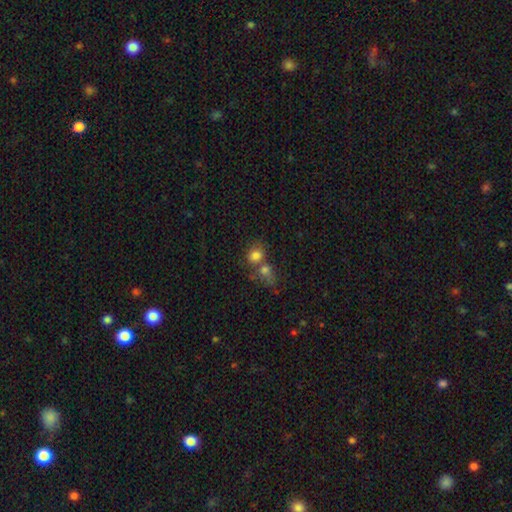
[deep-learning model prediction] Smooth or featured? smooth (78%)
How rounded? round (51%)
Merging? merger (50%)